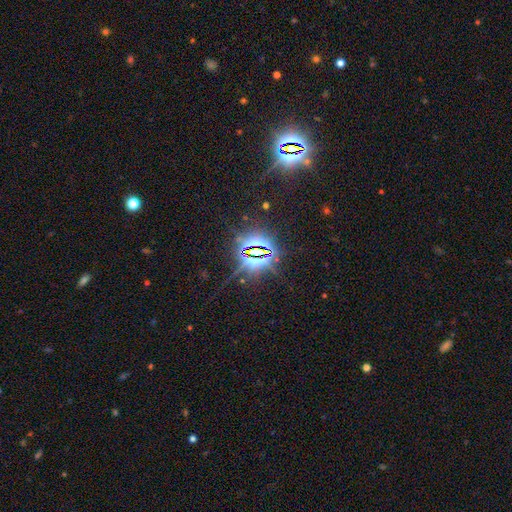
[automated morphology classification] Smooth or featured?
  - star or artifact: 84% *
  - featured or disk: 8%
  - smooth: 8%